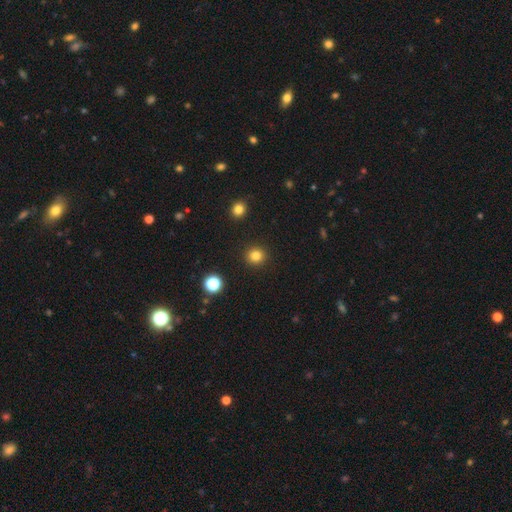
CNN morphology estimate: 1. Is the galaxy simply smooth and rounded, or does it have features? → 83% smooth, 13% star or artifact, 4% featured or disk.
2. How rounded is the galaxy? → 91% round, 8% in between, 1% cigar-shaped.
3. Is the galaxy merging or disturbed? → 92% none, 5% minor disturbance, 2% major disturbance, 1% merger.